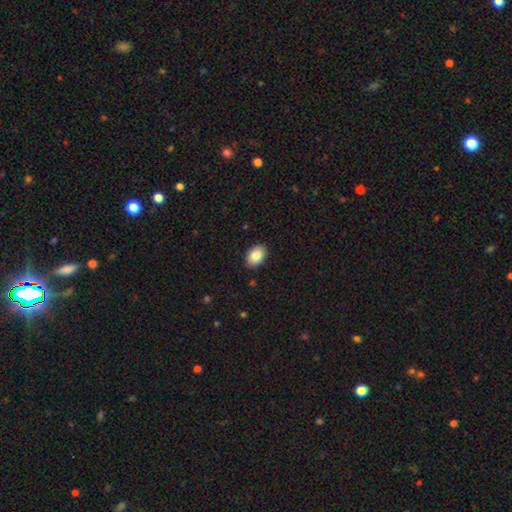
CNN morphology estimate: smooth_or_featured: smooth (p=0.85) [alt: star or artifact p=0.07]
how_rounded: in between (p=0.84) [alt: round p=0.15]
merging: none (p=0.89) [alt: minor disturbance p=0.08]